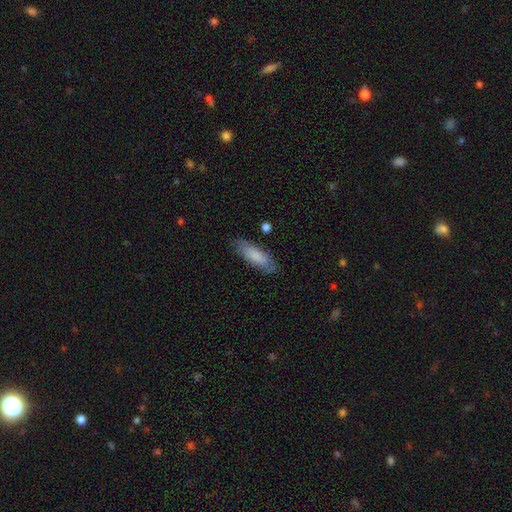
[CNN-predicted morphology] Smooth or featured? smooth (78%)
How rounded? in between (51%)
Merging? none (80%)